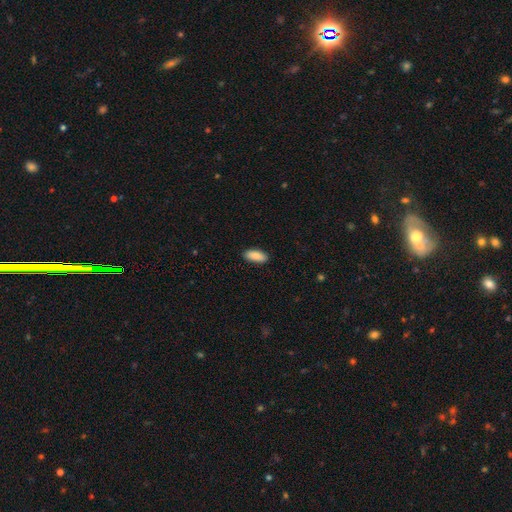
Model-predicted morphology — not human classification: smooth-or-featured: smooth: 89% | star or artifact: 6% | featured or disk: 5%
  how-rounded: in between: 84% | cigar-shaped: 14% | round: 2%
  merging: none: 90% | minor disturbance: 8% | major disturbance: 2% | merger: 1%